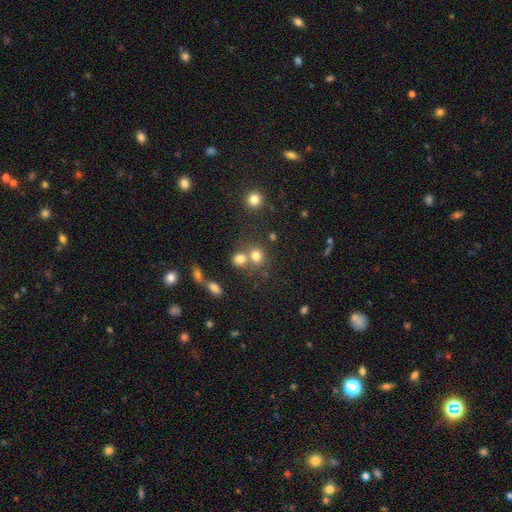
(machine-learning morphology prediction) Smooth or featured: smooth — 76% (star or artifact — 15%)
How rounded: round — 77% (in between — 22%)
Merging: none — 49% (merger — 39%)